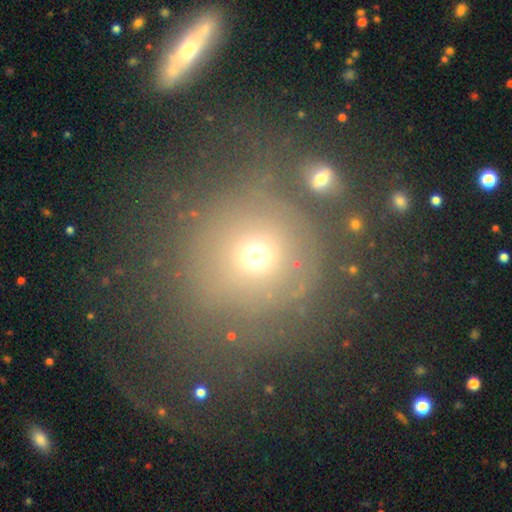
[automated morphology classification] Smooth or featured? smooth (63%)
How rounded? round (88%)
Merging? none (58%)